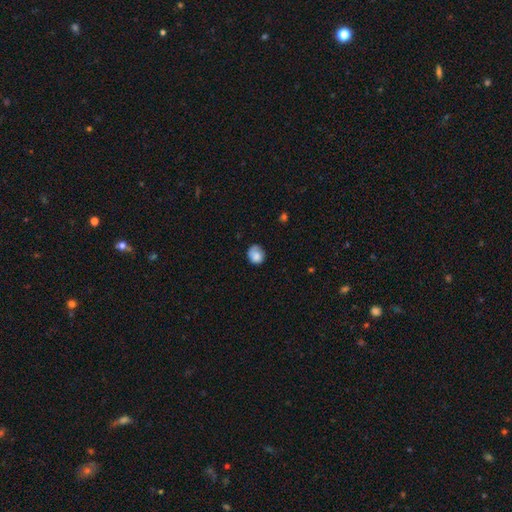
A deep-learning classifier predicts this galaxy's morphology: Smooth or featured: smooth — 80% (featured or disk — 12%)
How rounded: round — 65% (in between — 34%)
Merging: none — 60% (minor disturbance — 29%)